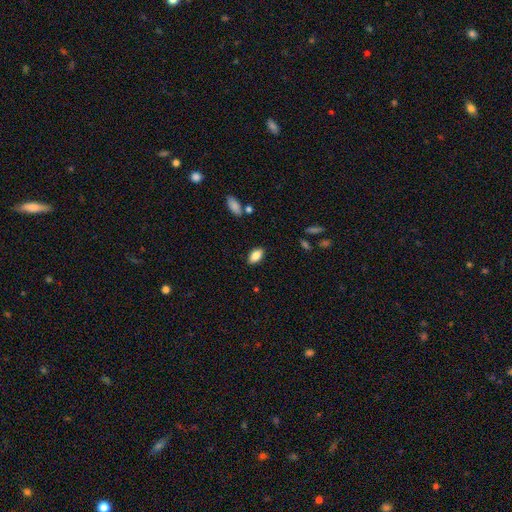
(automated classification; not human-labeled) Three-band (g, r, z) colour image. It shows a smooth galaxy with no disk features (83%) that is in between round and cigar-shaped (90%). Merging: none (86%).